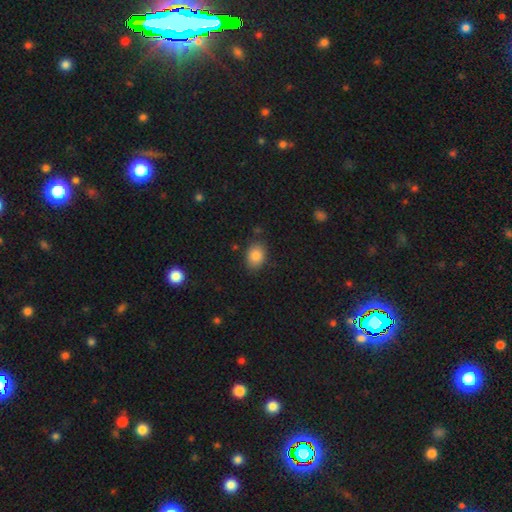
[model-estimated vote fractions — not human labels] Smooth or featured? Predicted: smooth (p=0.85). How rounded? Predicted: in between (p=0.69). Merging? Predicted: none (p=0.83).